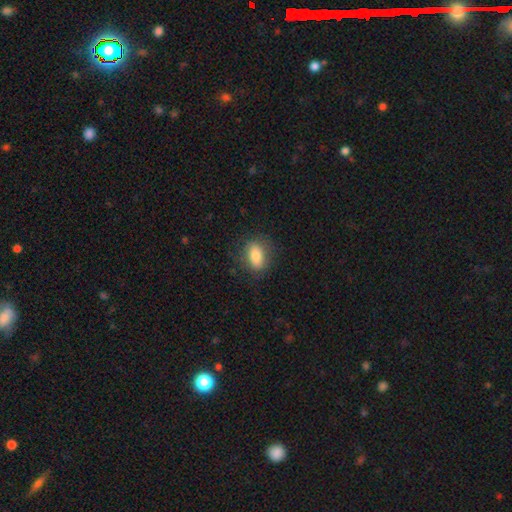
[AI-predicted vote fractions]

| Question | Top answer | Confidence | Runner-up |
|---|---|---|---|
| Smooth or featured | smooth | 78% | featured or disk (15%) |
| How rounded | in between | 81% | round (15%) |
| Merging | none | 79% | minor disturbance (15%) |